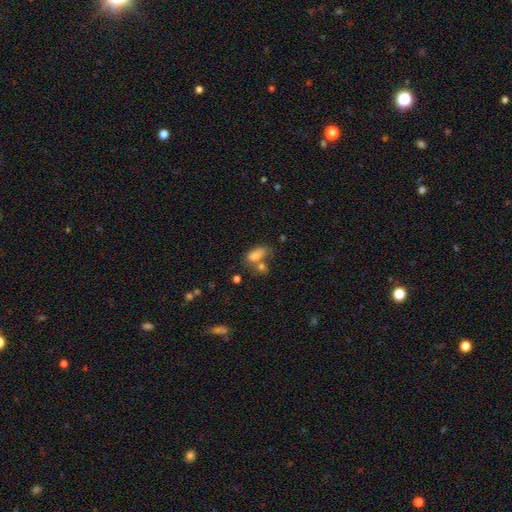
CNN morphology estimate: Smooth or featured? smooth (80%)
How rounded? in between (86%)
Merging? none (40%)